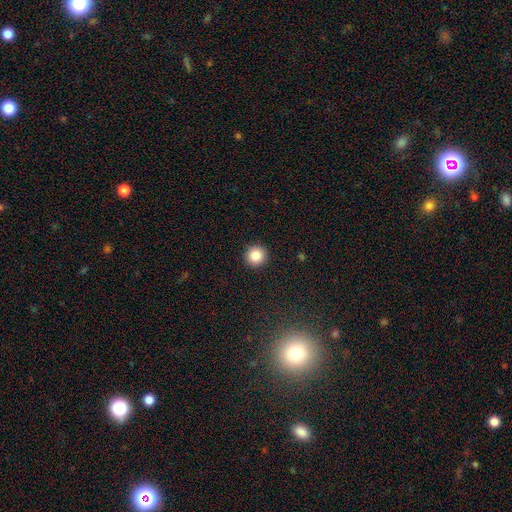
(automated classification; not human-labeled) Overall: smooth (85%). How rounded: round (95%). Merging: none (93%).